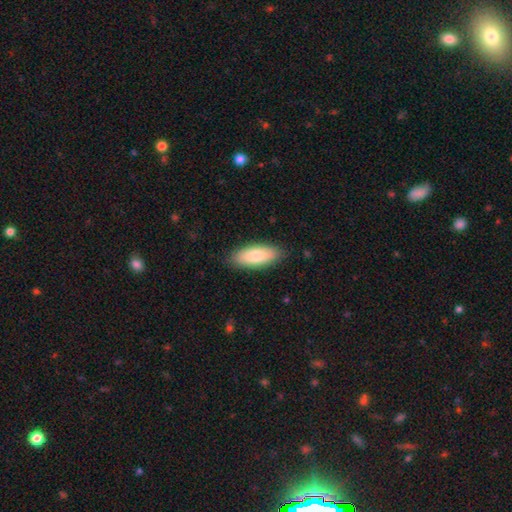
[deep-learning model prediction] smooth_or_featured: smooth (p=0.83) [alt: featured or disk p=0.11]
how_rounded: in between (p=0.79) [alt: cigar-shaped p=0.19]
merging: none (p=0.87) [alt: minor disturbance p=0.10]